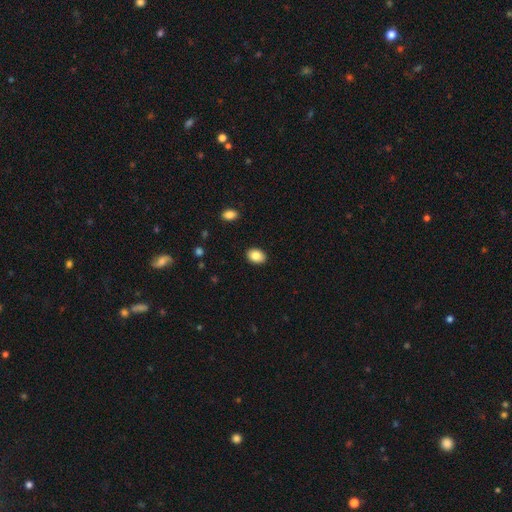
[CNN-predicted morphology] smooth_or_featured: smooth (p=0.86) [alt: star or artifact p=0.08]
how_rounded: in between (p=0.73) [alt: round p=0.26]
merging: none (p=0.90) [alt: minor disturbance p=0.07]